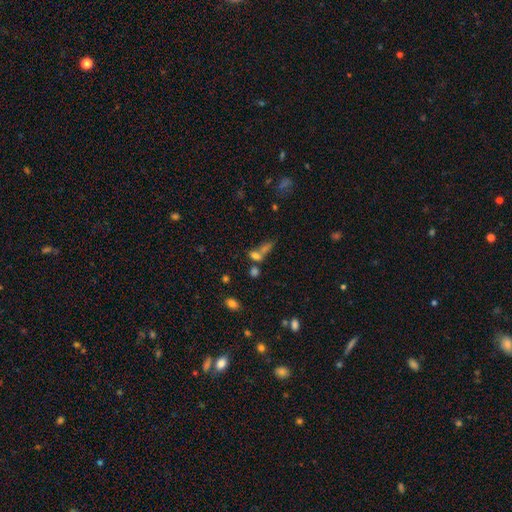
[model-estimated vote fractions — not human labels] Morphology: type=smooth (66%); roundness=in between (59%); merging=merger (50%).